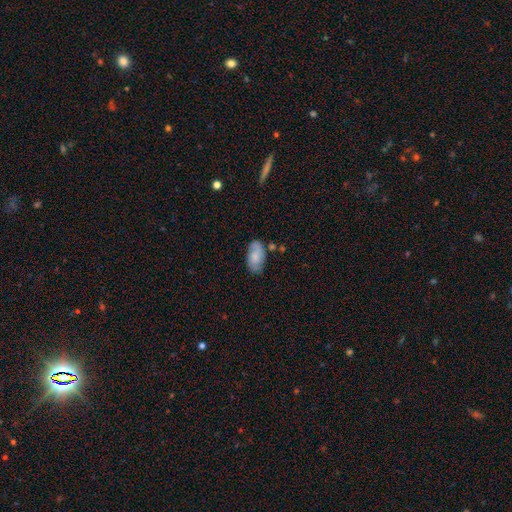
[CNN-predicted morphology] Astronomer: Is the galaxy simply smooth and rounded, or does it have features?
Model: smooth — 65%.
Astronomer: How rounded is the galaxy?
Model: in between — 94%.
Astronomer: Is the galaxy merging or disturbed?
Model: none — 70%.